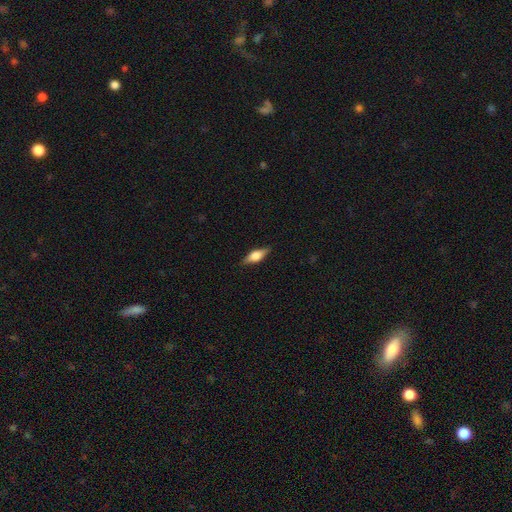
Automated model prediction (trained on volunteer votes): This appears to be a featured or disk galaxy (52%) viewed edge-on (94%). Merging: none (87%).